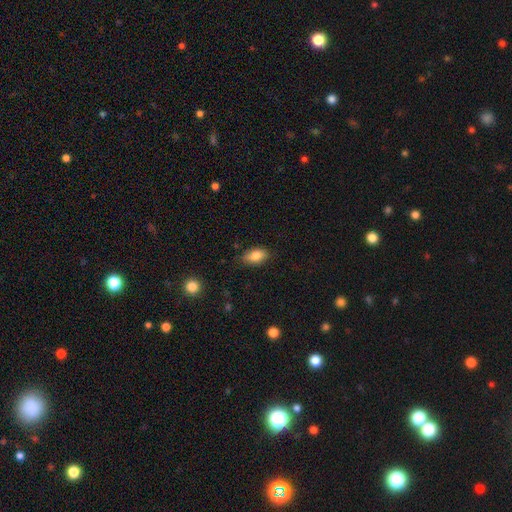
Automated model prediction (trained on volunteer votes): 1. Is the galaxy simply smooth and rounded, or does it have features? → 82% smooth, 10% featured or disk, 8% star or artifact.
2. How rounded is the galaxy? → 90% in between, 6% round, 4% cigar-shaped.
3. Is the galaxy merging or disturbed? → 81% none, 15% minor disturbance, 3% major disturbance, 1% merger.